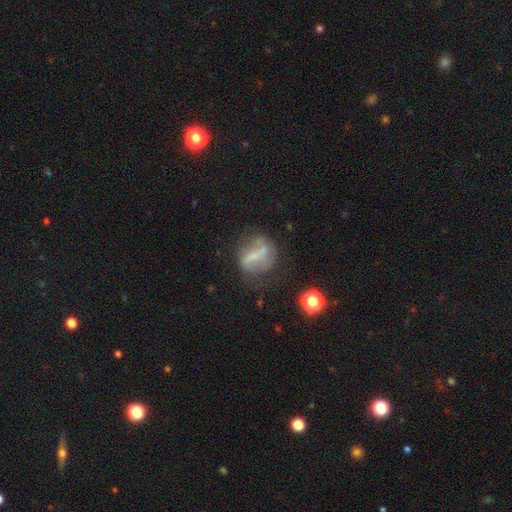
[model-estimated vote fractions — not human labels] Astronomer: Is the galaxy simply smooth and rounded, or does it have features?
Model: featured or disk — 65%.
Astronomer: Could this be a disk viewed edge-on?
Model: no — 95%.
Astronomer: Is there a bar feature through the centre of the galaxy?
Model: strong — 55% (runner-up: weak, 30%).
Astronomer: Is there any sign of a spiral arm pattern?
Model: yes — 67%.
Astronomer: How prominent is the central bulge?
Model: small — 43% (runner-up: none, 40%).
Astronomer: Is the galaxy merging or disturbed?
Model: none — 57%.